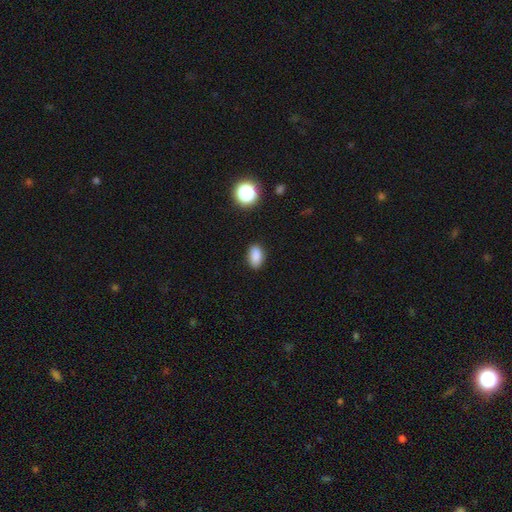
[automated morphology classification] A smooth galaxy with no disk features (86%) that is in between round and cigar-shaped (88%).

Vote fractions:
- Smooth or featured? smooth: 86% / star or artifact: 10% / featured or disk: 4%
- How rounded? in between: 88% / round: 9% / cigar-shaped: 3%
- Merging? none: 85% / minor disturbance: 11% / major disturbance: 2% / merger: 1%